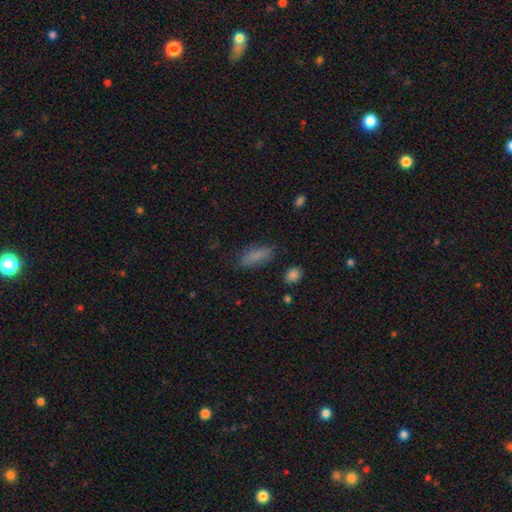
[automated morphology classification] smooth-or-featured: smooth: 80% | featured or disk: 11% | star or artifact: 9%
  how-rounded: in between: 72% | cigar-shaped: 24% | round: 3%
  merging: none: 78% | minor disturbance: 16% | major disturbance: 5% | merger: 2%